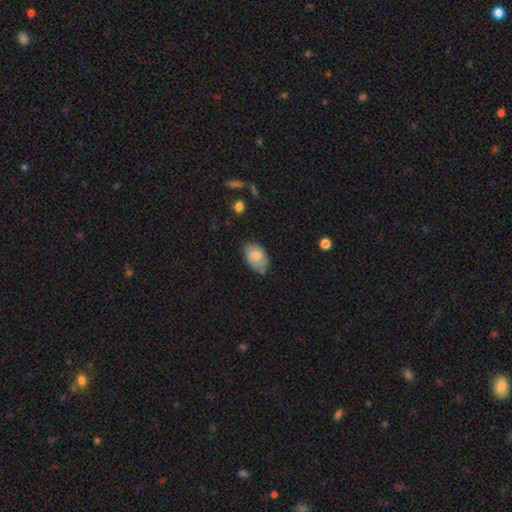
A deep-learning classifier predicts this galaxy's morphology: A smooth galaxy with no disk features (76%) that is in between round and cigar-shaped (86%). Merging: none (65%).